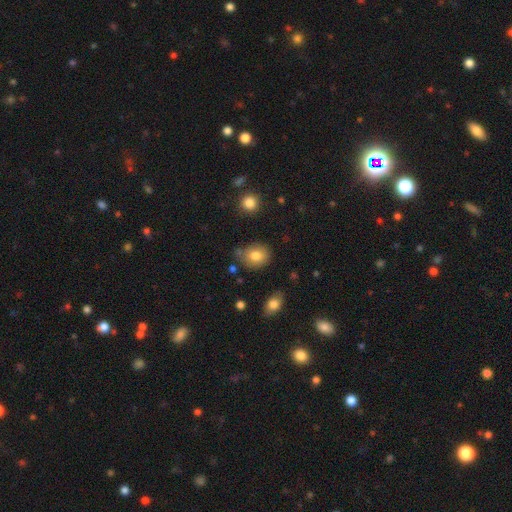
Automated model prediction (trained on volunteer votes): Smooth or featured?
  - smooth: 80% *
  - featured or disk: 10%
  - star or artifact: 10%
How rounded?
  - round: 56% *
  - in between: 43%
  - cigar-shaped: 1%
Merging?
  - none: 67% *
  - minor disturbance: 23%
  - major disturbance: 5%
  - merger: 5%